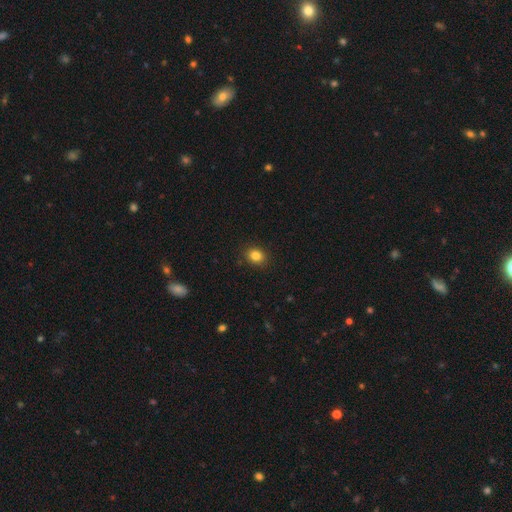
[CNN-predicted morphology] Smooth or featured? smooth (84%)
How rounded? round (54%)
Merging? none (88%)